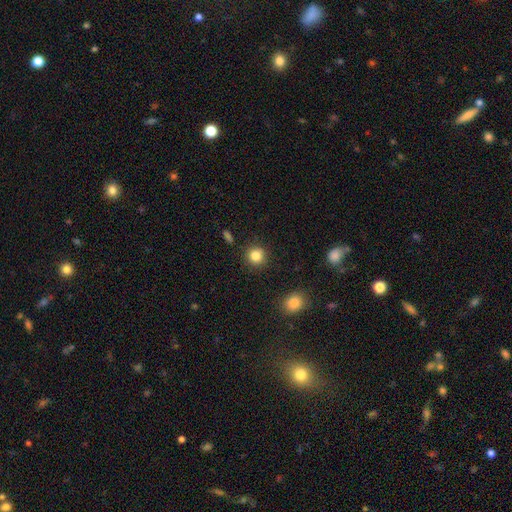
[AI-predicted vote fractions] Smooth or featured? Predicted: smooth (p=0.84). How rounded? Predicted: round (p=0.92). Merging? Predicted: none (p=0.90).